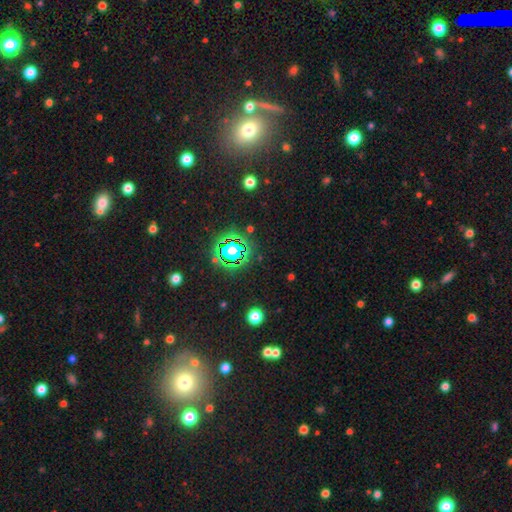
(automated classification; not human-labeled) star or artifact 68%, smooth 19%, featured or disk 13%.